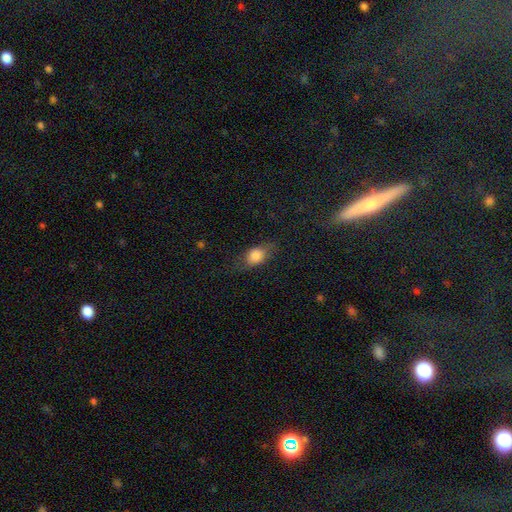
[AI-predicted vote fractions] smooth_or_featured: smooth (p=0.77) [alt: featured or disk p=0.14]
how_rounded: in between (p=0.73) [alt: round p=0.21]
merging: none (p=0.68) [alt: minor disturbance p=0.21]